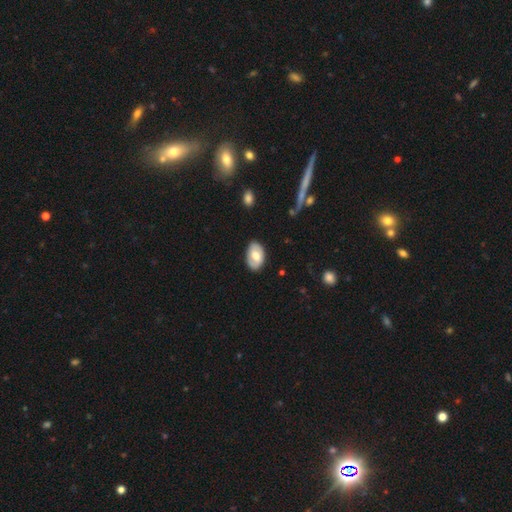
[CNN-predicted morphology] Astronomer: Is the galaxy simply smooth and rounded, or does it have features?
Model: smooth — 60%.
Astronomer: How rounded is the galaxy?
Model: in between — 90%.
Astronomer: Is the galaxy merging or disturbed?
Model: none — 81%.